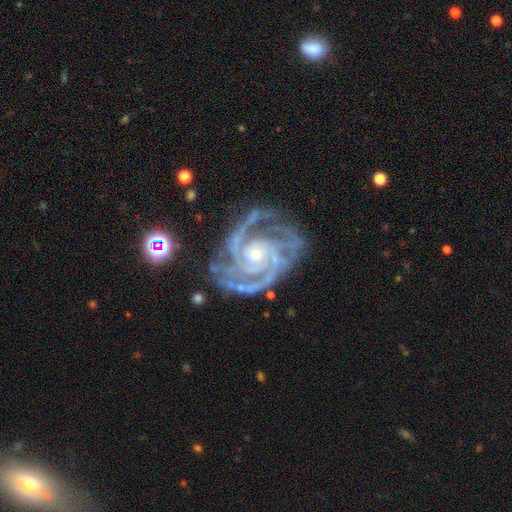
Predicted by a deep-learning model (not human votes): Smooth or featured? featured or disk (94%)
Edge-on disk? no (98%)
Bar? no (70%)
Spiral arms? yes (99%)
Spiral winding? tight (69%)
Spiral arm count? 3 (40%)
Bulge size? small (50%)
Merging? none (70%)